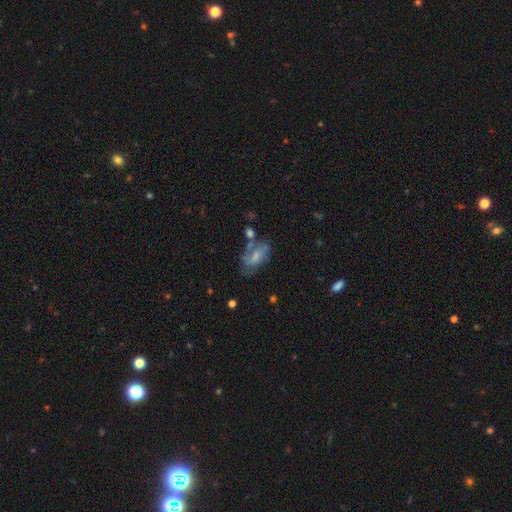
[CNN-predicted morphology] Overall: smooth (50%; featured or disk 40%). How rounded: in between (88%). Merging: none (43%; minor disturbance 26%).